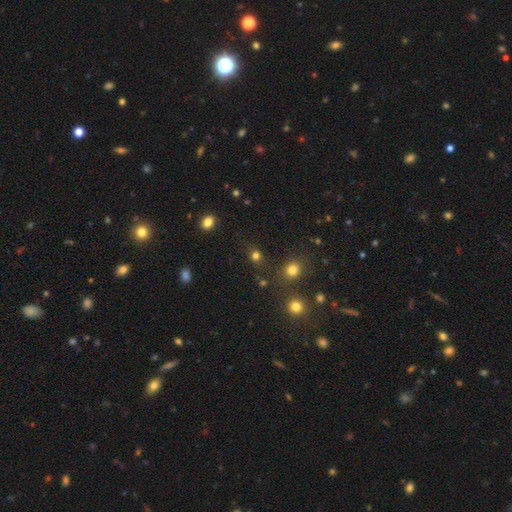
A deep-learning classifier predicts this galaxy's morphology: This appears to be a smooth galaxy with no disk features (74%) that is round (71%). Merging: none (77%).